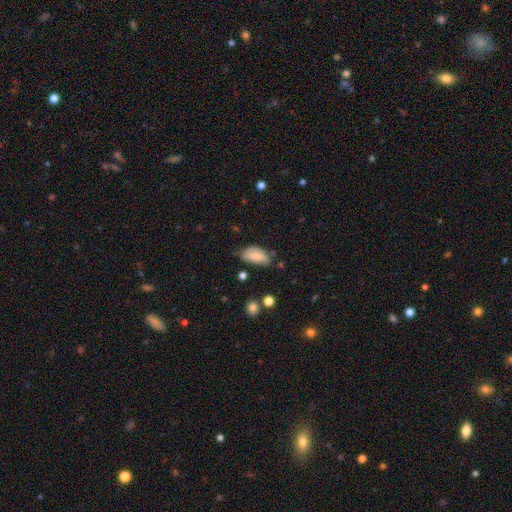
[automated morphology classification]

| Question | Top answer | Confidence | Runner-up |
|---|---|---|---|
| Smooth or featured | smooth | 80% | featured or disk (13%) |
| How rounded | in between | 91% | cigar-shaped (6%) |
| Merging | none | 55% | minor disturbance (34%) |